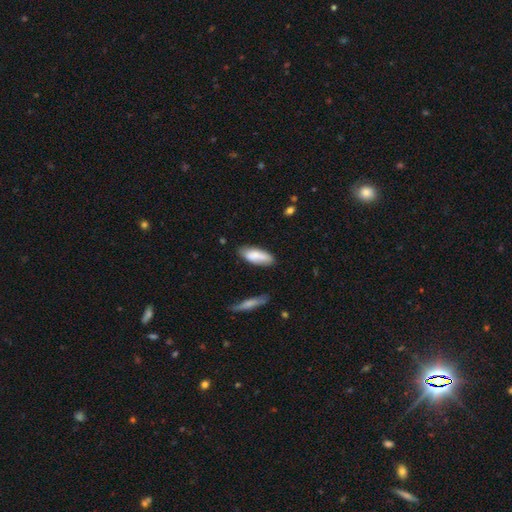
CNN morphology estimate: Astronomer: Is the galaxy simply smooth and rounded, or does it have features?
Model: smooth — 80%.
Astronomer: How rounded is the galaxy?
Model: in between — 70%.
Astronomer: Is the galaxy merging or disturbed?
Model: none — 72%.